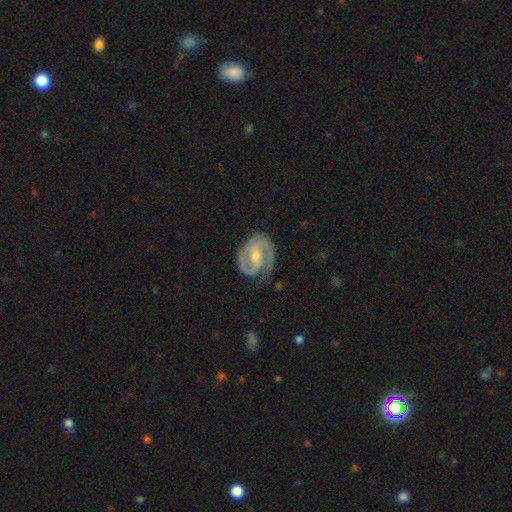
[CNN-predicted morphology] A featured or disk galaxy (84%) with a weak bar (45%), 2 (77%) tight (47%) spiral arms (93%) and a moderate central bulge (58%).

Vote fractions:
- Smooth or featured? featured or disk: 84% / smooth: 11% / star or artifact: 5%
- Edge-on disk? no: 97% / yes: 3%
- Bar? weak: 45% / strong: 30% / no: 25%
- Spiral arms? yes: 93% / no: 7%
- Spiral winding? tight: 47% / medium: 42% / loose: 11%
- Spiral arm count? 2: 77% / 1: 14% / can't tell: 6% / 3: 2% / 4: 1% / more than 4: 1%
- Bulge size? moderate: 58% / small: 36% / large: 3% / none: 2% / dominant: 1%
- Merging? none: 71% / minor disturbance: 19% / major disturbance: 8% / merger: 2%